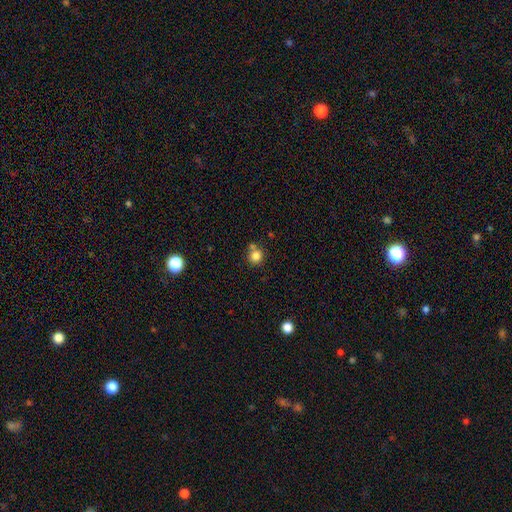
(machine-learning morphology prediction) The model was most divided on "merging": none: 64%, merger: 22%, minor disturbance: 11%, major disturbance: 3%. More confident: how rounded — round (91%); smooth or featured — smooth (82%).